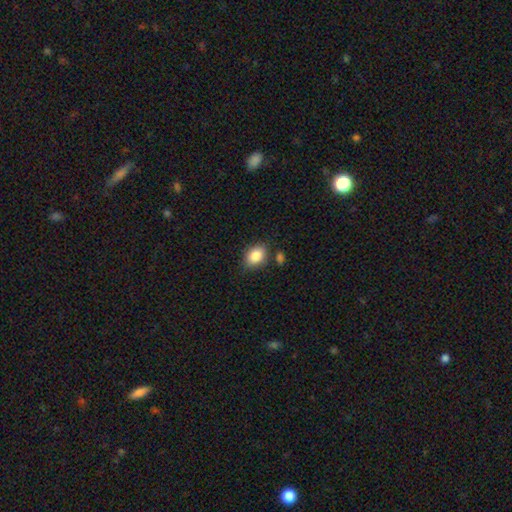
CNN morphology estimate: This is clearly a smooth galaxy (86%). How rounded: likely in between (69%). Merging: likely none (74%).